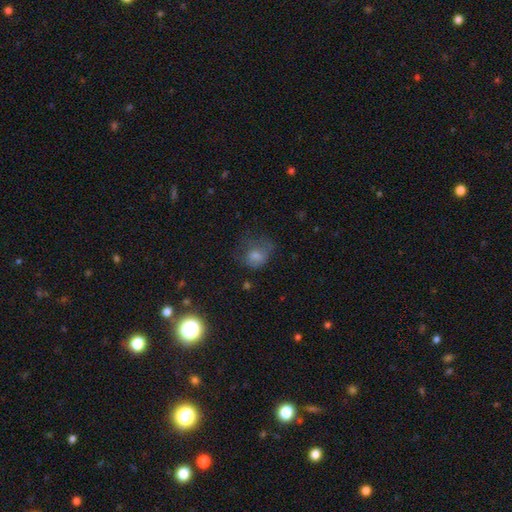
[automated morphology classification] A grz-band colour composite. It shows a smooth galaxy with no disk features (57%) that is round (60%). Merging: none (49%).